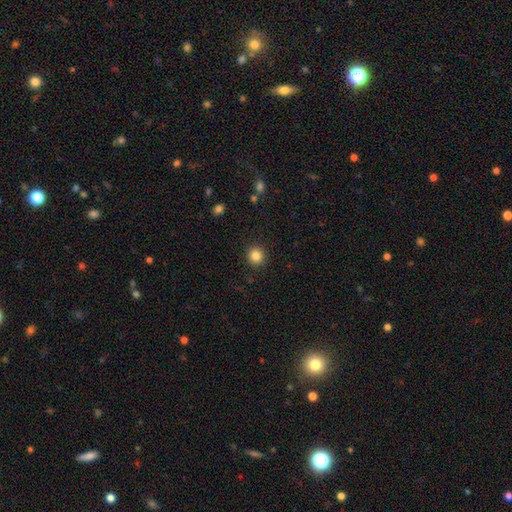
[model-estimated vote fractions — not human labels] Smooth or featured? Predicted: smooth (p=0.84). How rounded? Predicted: round (p=0.93). Merging? Predicted: none (p=0.91).